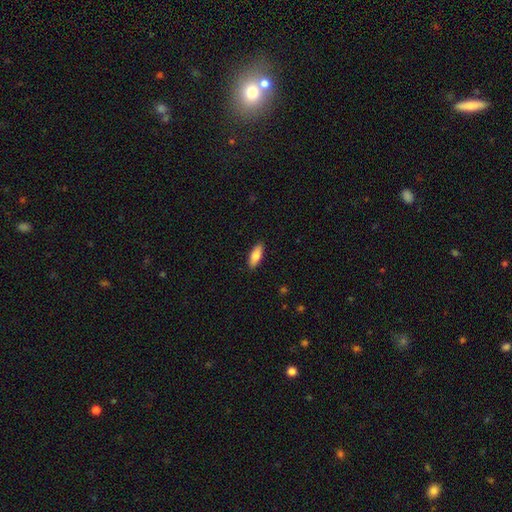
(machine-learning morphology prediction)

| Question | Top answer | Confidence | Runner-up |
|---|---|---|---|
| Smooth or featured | smooth | 81% | featured or disk (13%) |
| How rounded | in between | 74% | cigar-shaped (24%) |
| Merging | none | 89% | minor disturbance (8%) |